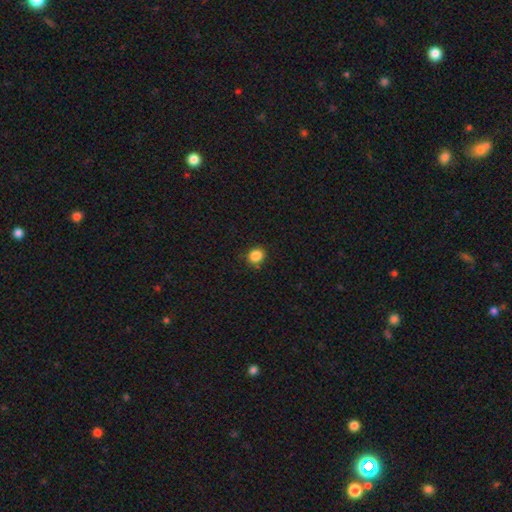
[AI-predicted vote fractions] The model was most divided on "how rounded": round: 77%, in between: 22%, cigar-shaped: 1%. More confident: merging — none (86%); smooth or featured — smooth (86%).